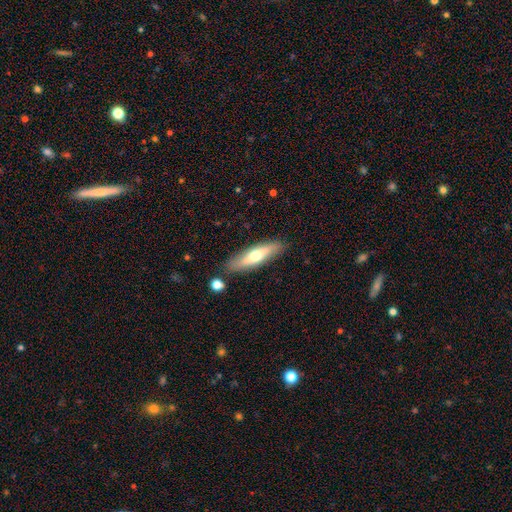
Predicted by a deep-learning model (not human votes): smooth-or-featured: smooth: 55% | featured or disk: 39% | star or artifact: 6%
  how-rounded: cigar-shaped: 65% | in between: 33% | round: 2%
  merging: none: 82% | minor disturbance: 12% | merger: 4% | major disturbance: 3%